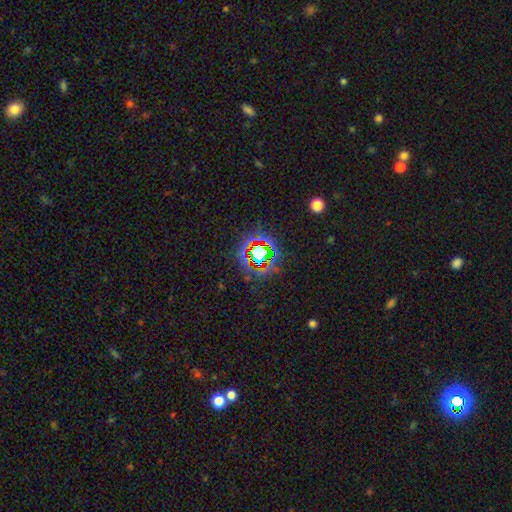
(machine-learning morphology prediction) type=star or artifact (71%).